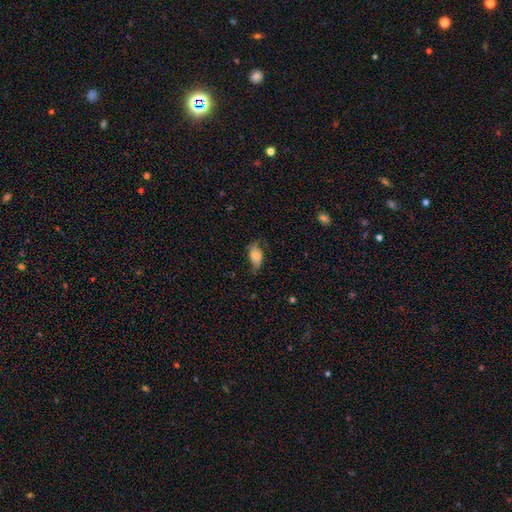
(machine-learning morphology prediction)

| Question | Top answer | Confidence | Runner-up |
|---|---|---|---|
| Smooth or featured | smooth | 67% | featured or disk (25%) |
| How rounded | in between | 88% | round (7%) |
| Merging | none | 60% | minor disturbance (28%) |